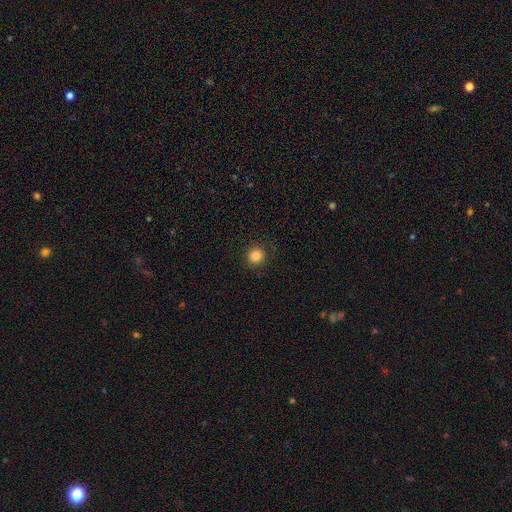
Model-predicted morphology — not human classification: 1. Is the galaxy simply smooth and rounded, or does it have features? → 85% smooth, 11% star or artifact, 4% featured or disk.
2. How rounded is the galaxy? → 93% round, 6% in between, 1% cigar-shaped.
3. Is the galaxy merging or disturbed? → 90% none, 7% minor disturbance, 3% major disturbance, 1% merger.